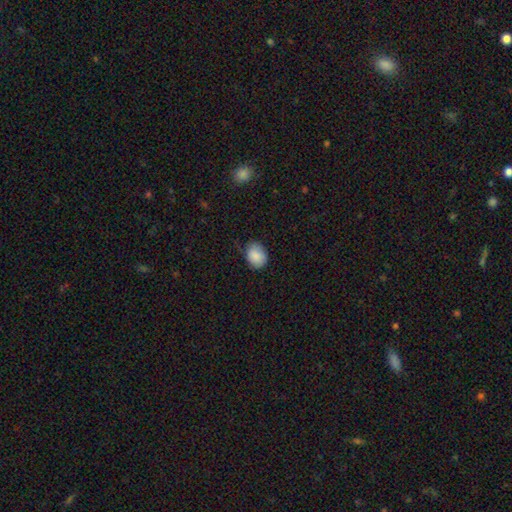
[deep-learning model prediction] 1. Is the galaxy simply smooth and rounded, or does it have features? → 87% smooth, 7% star or artifact, 6% featured or disk.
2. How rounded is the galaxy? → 56% in between, 43% round, 1% cigar-shaped.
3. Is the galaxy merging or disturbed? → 64% none, 29% minor disturbance, 6% major disturbance, 1% merger.